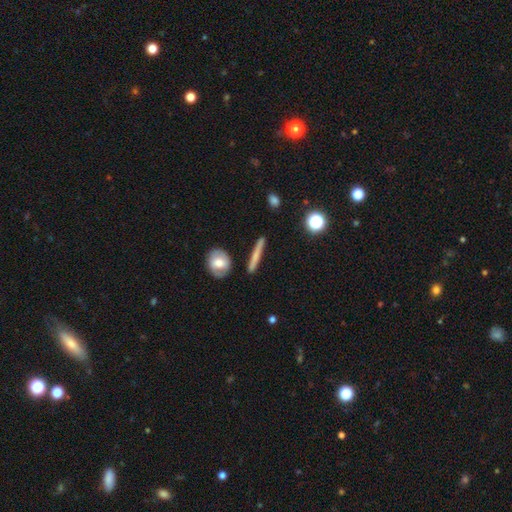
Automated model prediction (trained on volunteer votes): smooth-or-featured: smooth: 55% | featured or disk: 37% | star or artifact: 8%
  how-rounded: cigar-shaped: 88% | in between: 6% | round: 6%
  merging: none: 86% | minor disturbance: 9% | merger: 3% | major disturbance: 2%